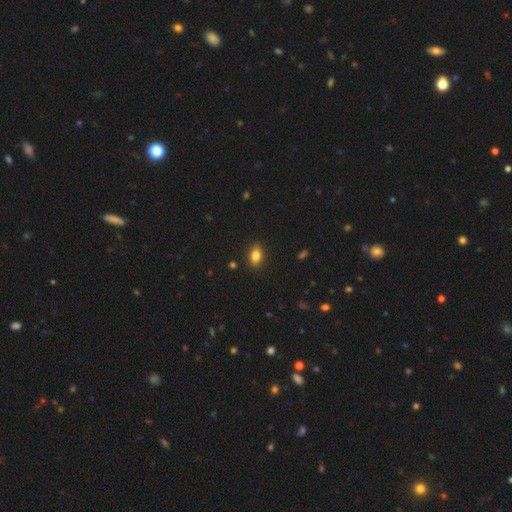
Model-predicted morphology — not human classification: Smooth or featured? Predicted: smooth (p=0.84). How rounded? Predicted: in between (p=0.85). Merging? Predicted: none (p=0.87).